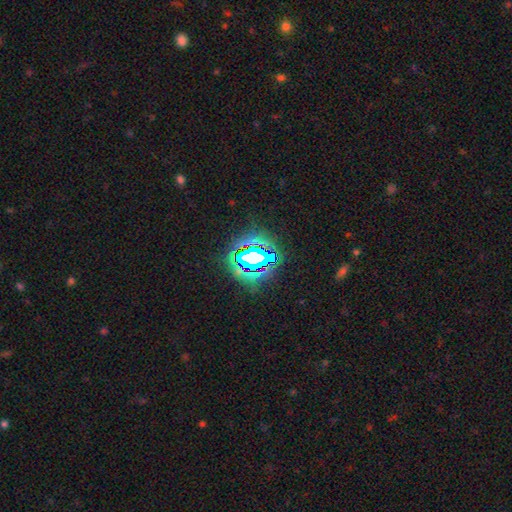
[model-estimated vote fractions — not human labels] smooth_or_featured: star or artifact (p=0.72) [alt: smooth p=0.16]